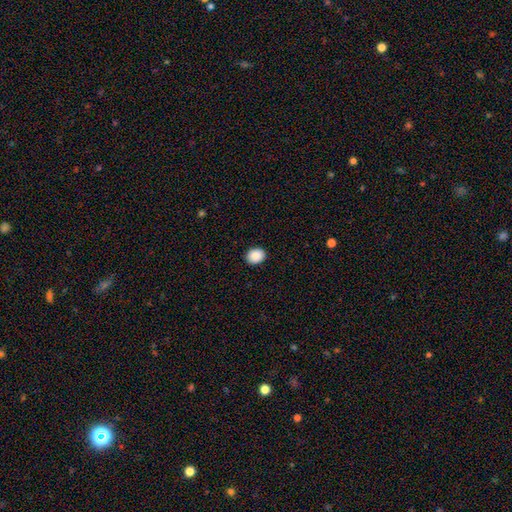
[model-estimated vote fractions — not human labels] smooth_or_featured: smooth (p=0.89) [alt: star or artifact p=0.08]
how_rounded: round (p=0.58) [alt: in between p=0.41]
merging: none (p=0.92) [alt: minor disturbance p=0.06]